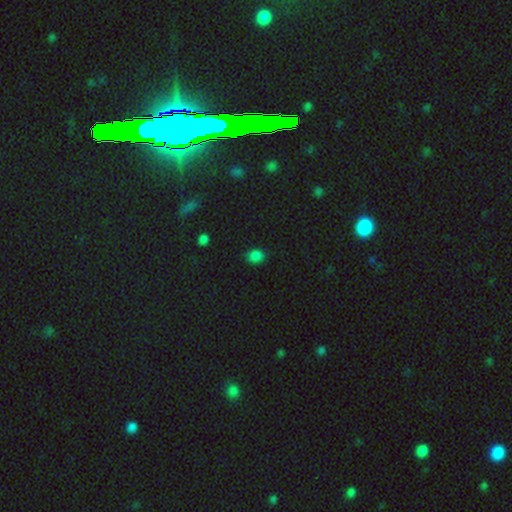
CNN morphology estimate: The model was most divided on "how rounded": in between: 54%, round: 45%, cigar-shaped: 1%. More confident: merging — none (82%); smooth or featured — smooth (81%).